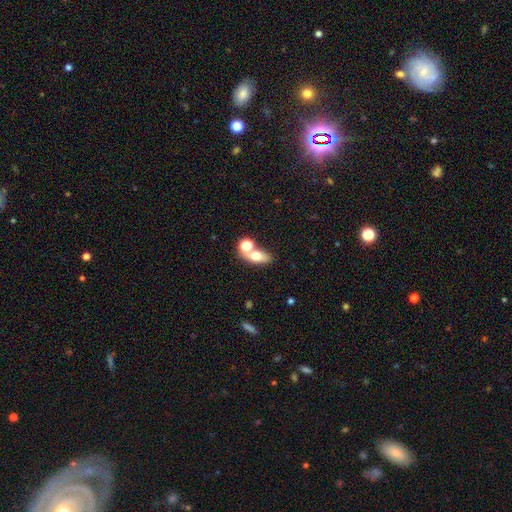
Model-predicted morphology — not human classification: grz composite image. It shows a smooth galaxy with no disk features (65%) that is in between round and cigar-shaped (67%). Merging: none (46%).